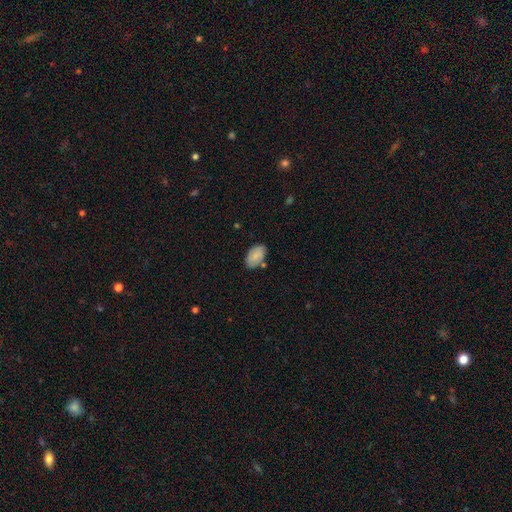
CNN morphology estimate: smooth 80%, featured or disk 13%, star or artifact 7%. Down the decision tree: how rounded — in between (93%); merging — none (75%).